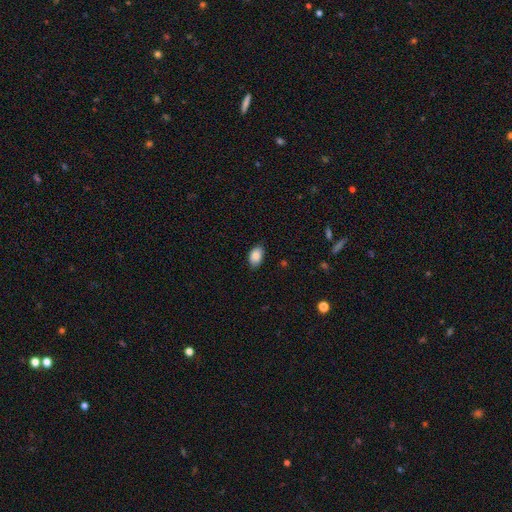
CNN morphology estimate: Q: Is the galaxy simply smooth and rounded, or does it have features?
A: smooth — 87%.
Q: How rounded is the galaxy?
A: in between — 89%.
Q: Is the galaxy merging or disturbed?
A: none — 83%.